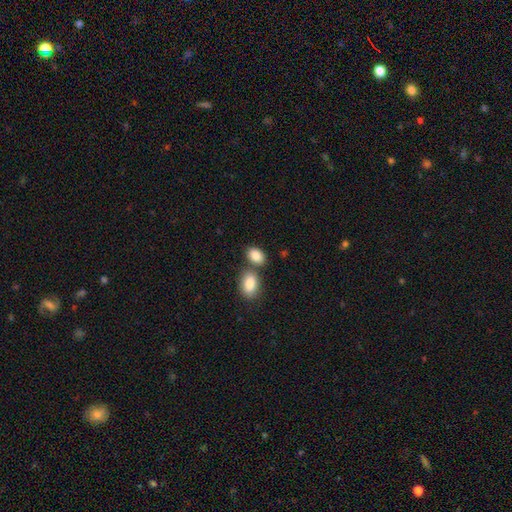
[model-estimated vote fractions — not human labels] smooth_or_featured: smooth (p=0.86) [alt: star or artifact p=0.08]
how_rounded: in between (p=0.86) [alt: round p=0.13]
merging: none (p=0.56) [alt: merger p=0.30]